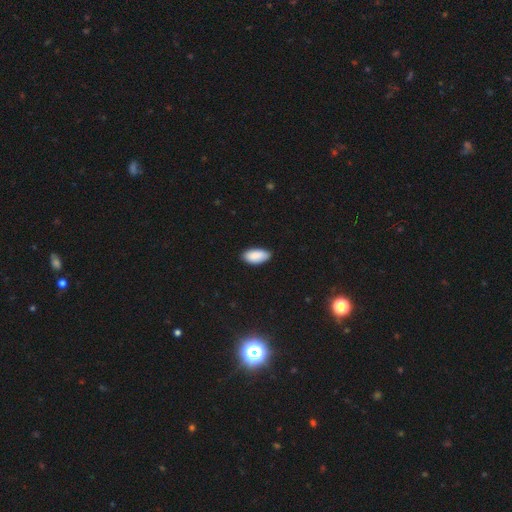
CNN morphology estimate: A smooth galaxy with no disk features (90%) that is in between round and cigar-shaped (94%). Merging: none (85%).